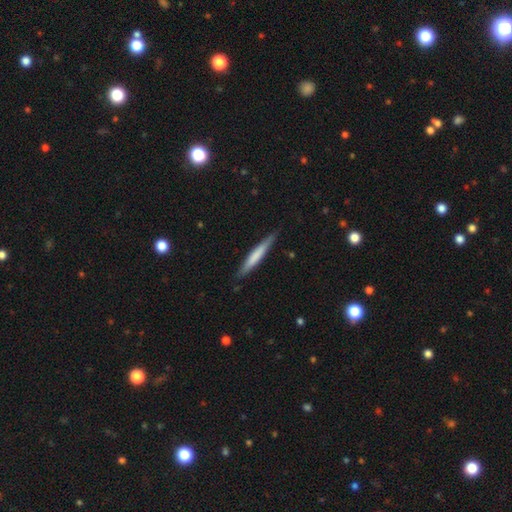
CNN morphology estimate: This is likely a smooth galaxy (64%). How rounded: clearly cigar-shaped (95%). Merging: clearly none (87%).